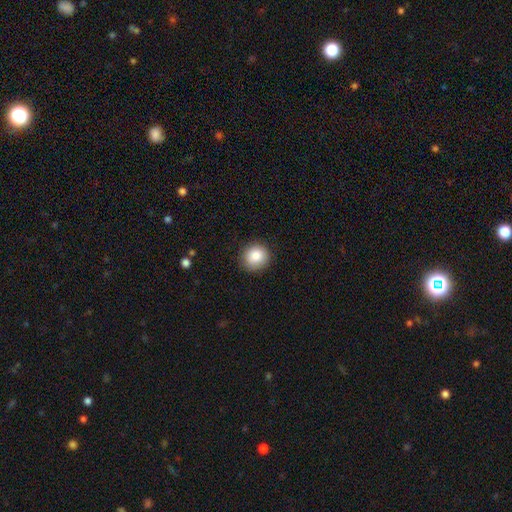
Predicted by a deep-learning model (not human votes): The model was most divided on "how rounded": round: 86%, in between: 13%, cigar-shaped: 1%. More confident: merging — none (88%); smooth or featured — smooth (86%).